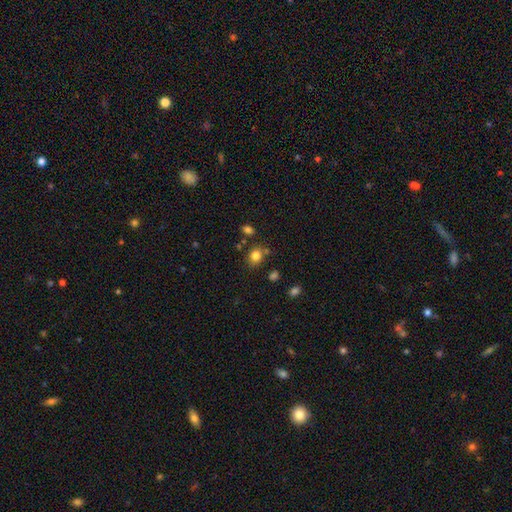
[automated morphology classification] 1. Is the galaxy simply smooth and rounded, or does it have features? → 82% smooth, 12% star or artifact, 6% featured or disk.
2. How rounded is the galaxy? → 57% round, 42% in between, 1% cigar-shaped.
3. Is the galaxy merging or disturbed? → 74% none, 14% minor disturbance, 9% merger, 4% major disturbance.